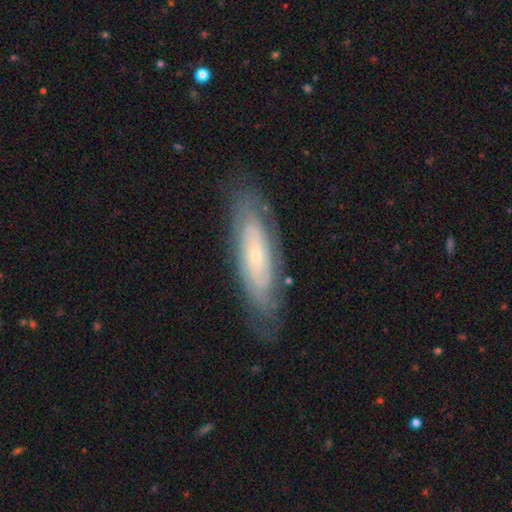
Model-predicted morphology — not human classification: smooth-or-featured: featured or disk: 68% | smooth: 25% | star or artifact: 7%
  disk-edge-on: no: 77% | yes: 23%
    bar: no: 78% | weak: 17% | strong: 5%
    has-spiral-arms: yes: 78% | no: 22%
    bulge-size: small: 80% | moderate: 15% | none: 2% | large: 2% | dominant: 1%
  merging: none: 77% | minor disturbance: 16% | major disturbance: 5% | merger: 1%